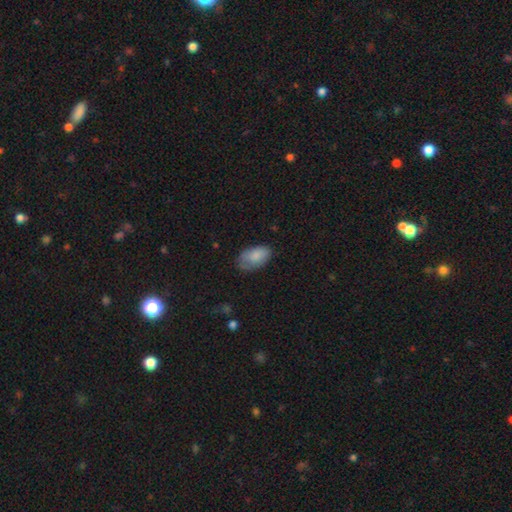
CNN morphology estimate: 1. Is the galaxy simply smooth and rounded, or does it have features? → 83% smooth, 11% featured or disk, 7% star or artifact.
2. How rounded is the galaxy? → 93% in between, 5% round, 2% cigar-shaped.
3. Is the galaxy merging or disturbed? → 62% none, 29% minor disturbance, 8% major disturbance, 2% merger.